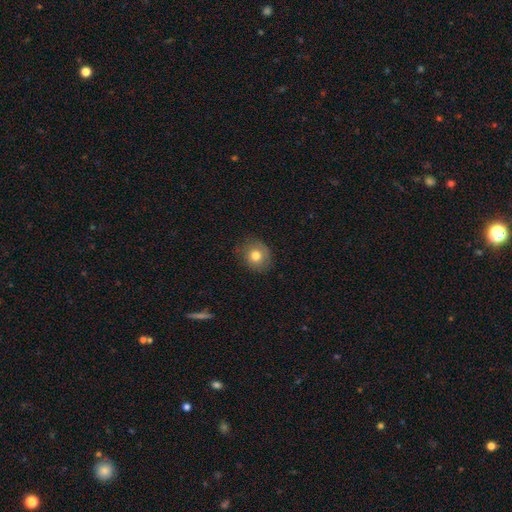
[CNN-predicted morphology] smooth_or_featured: smooth (p=0.76) [alt: featured or disk p=0.14]
how_rounded: round (p=0.76) [alt: in between p=0.23]
merging: none (p=0.77) [alt: minor disturbance p=0.17]